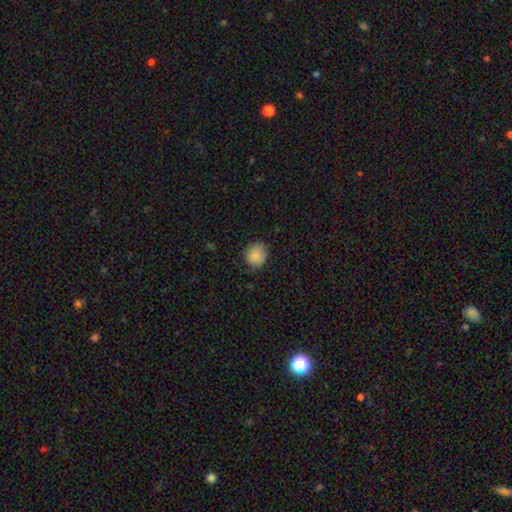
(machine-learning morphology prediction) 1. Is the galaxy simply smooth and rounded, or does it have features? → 85% smooth, 8% star or artifact, 6% featured or disk.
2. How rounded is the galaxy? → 80% round, 20% in between, 1% cigar-shaped.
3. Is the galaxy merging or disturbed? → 75% none, 20% minor disturbance, 4% major disturbance, 1% merger.